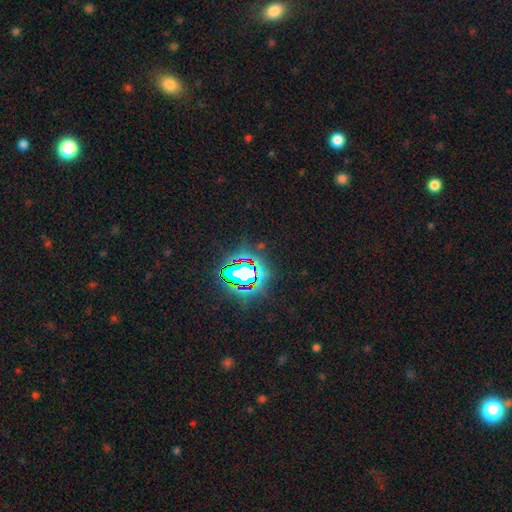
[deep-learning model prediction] This is likely a star or artifact rather than a galaxy (79%).